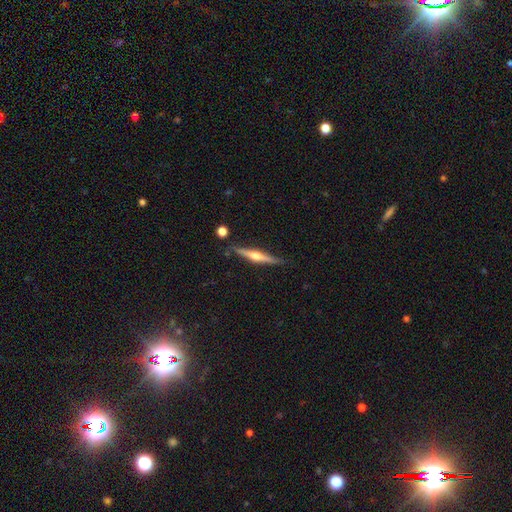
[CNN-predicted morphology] A featured or disk galaxy (73%) viewed edge-on (98%) with a rounded central bulge (91%).

Vote fractions:
- Smooth or featured? featured or disk: 73% / smooth: 22% / star or artifact: 5%
- Edge-on disk? yes: 98% / no: 2%
- Edge-on bulge? rounded: 91% / boxy: 5% / none: 4%
- Merging? none: 83% / minor disturbance: 12% / merger: 3% / major disturbance: 2%